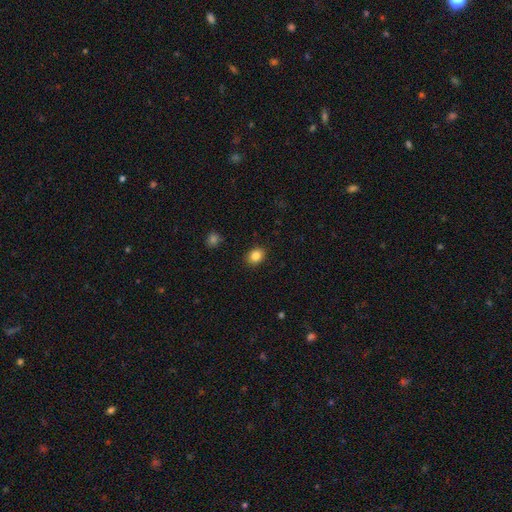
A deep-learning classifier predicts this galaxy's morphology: A smooth galaxy with no disk features (85%) that is in between round and cigar-shaped (50%).

Vote fractions:
- Smooth or featured? smooth: 85% / star or artifact: 10% / featured or disk: 5%
- How rounded? in between: 50% / round: 49% / cigar-shaped: 1%
- Merging? none: 89% / minor disturbance: 8% / major disturbance: 2% / merger: 1%